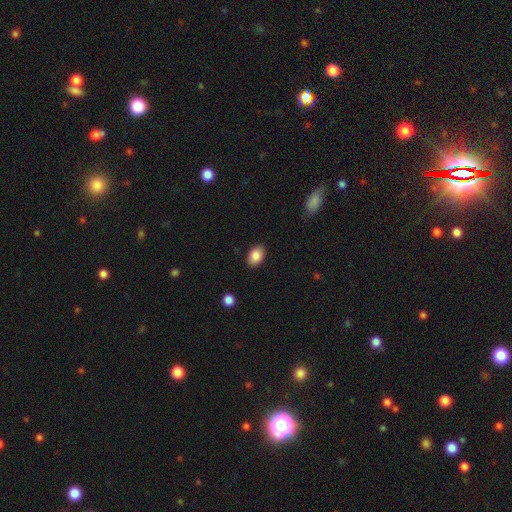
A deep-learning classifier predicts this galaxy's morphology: Smooth or featured? smooth (86%)
How rounded? in between (87%)
Merging? none (88%)